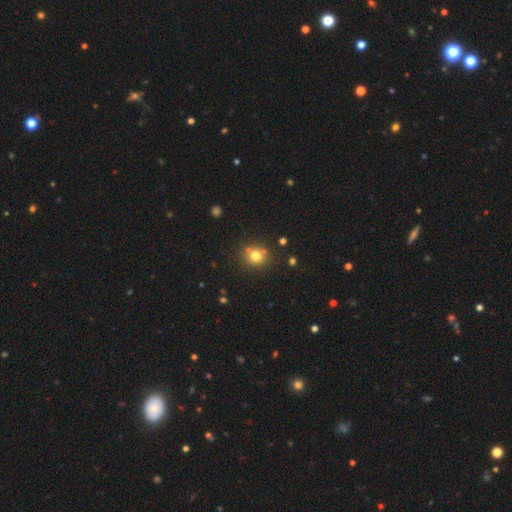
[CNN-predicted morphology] A smooth galaxy with no disk features (74%) that is round (86%). Merging: none (74%).